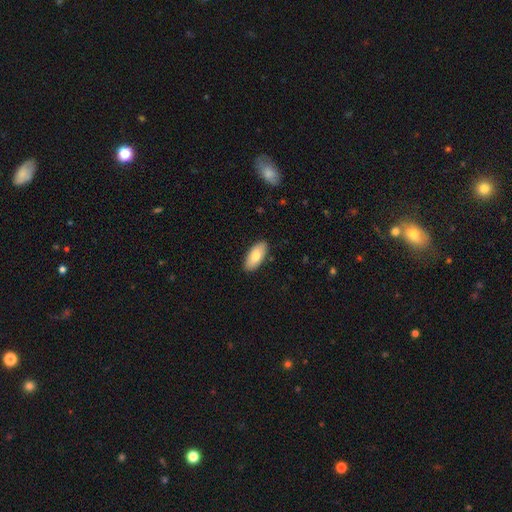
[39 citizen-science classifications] Smooth or featured? 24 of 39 (62%) said smooth. How rounded? 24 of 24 (100%) said in between. Merging? 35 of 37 (95%) said none.